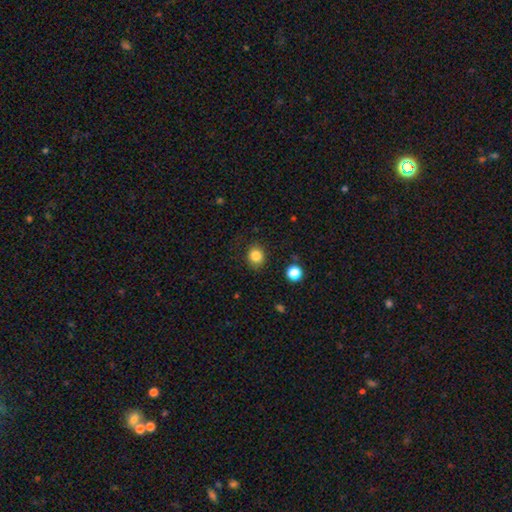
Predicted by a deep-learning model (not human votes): A smooth galaxy with no disk features (84%) that is round (73%).

Vote fractions:
- Smooth or featured? smooth: 84% / star or artifact: 11% / featured or disk: 5%
- How rounded? round: 73% / in between: 26% / cigar-shaped: 1%
- Merging? none: 83% / minor disturbance: 12% / major disturbance: 4% / merger: 2%